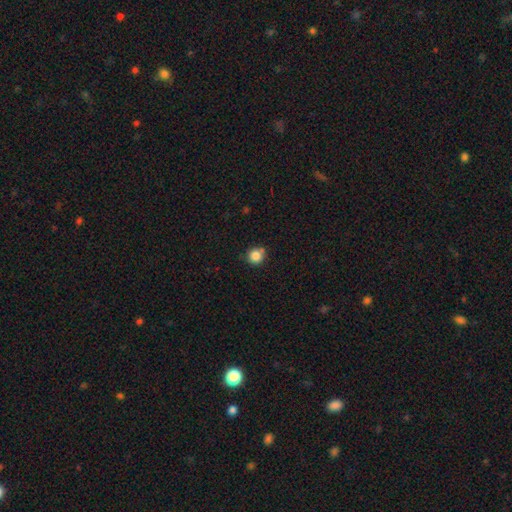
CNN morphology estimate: Overall: smooth (85%). How rounded: round (92%). Merging: none (74%).